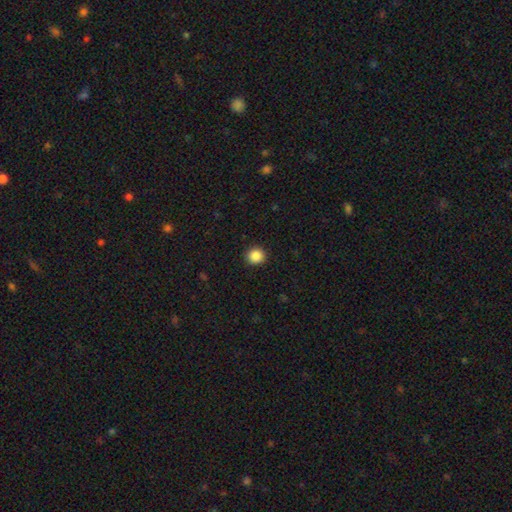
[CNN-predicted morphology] Smooth or featured? smooth (87%)
How rounded? round (90%)
Merging? none (92%)